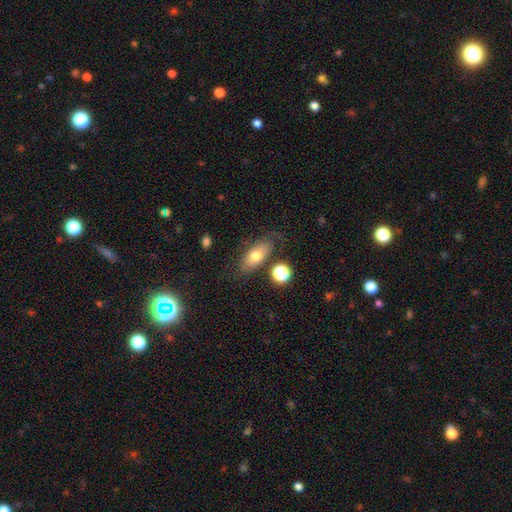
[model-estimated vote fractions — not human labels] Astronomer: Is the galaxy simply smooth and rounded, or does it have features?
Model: smooth — 67%.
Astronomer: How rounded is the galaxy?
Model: in between — 81%.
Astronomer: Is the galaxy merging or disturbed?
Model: none — 67%.